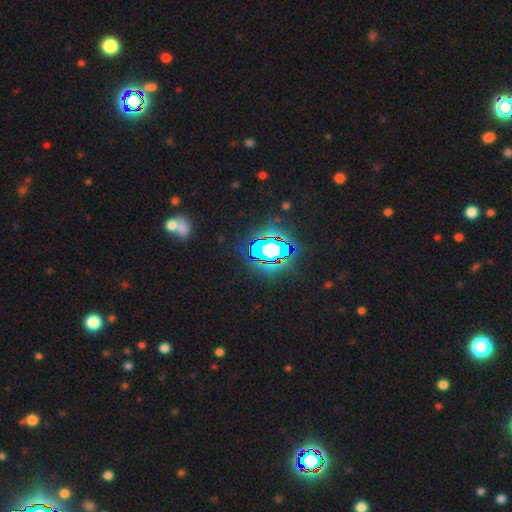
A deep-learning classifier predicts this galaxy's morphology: This appears to be a star or artifact, not a galaxy (84%).